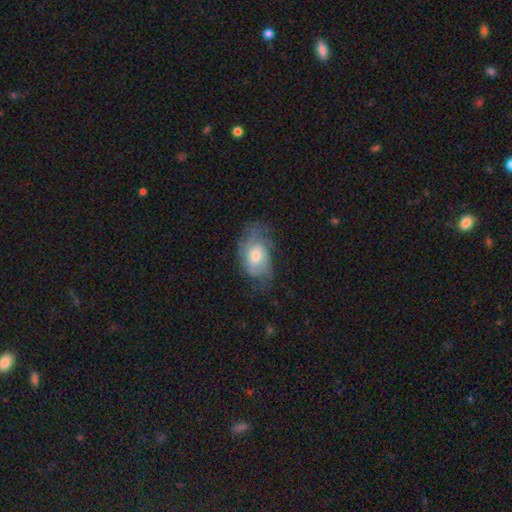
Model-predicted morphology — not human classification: A featured or disk galaxy (62%) with no bar (71%), spiral arms (84%) and a moderate central bulge (59%).

Vote fractions:
- Smooth or featured? featured or disk: 62% / smooth: 31% / star or artifact: 7%
- Edge-on disk? no: 95% / yes: 5%
- Bar? no: 71% / weak: 25% / strong: 4%
- Spiral arms? yes: 84% / no: 16%
- Bulge size? moderate: 59% / small: 31% / large: 7% / none: 2% / dominant: 1%
- Merging? none: 53% / minor disturbance: 26% / major disturbance: 19% / merger: 1%